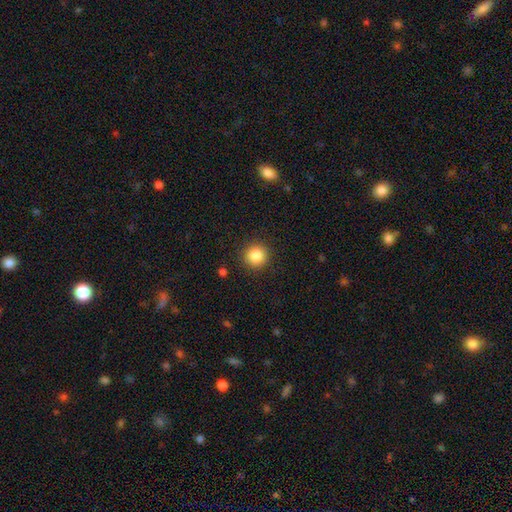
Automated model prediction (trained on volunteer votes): Q: Smooth or featured?
A: smooth (85%); runner-up: star or artifact (10%)
Q: How rounded?
A: round (95%); runner-up: in between (4%)
Q: Merging?
A: none (91%); runner-up: minor disturbance (6%)